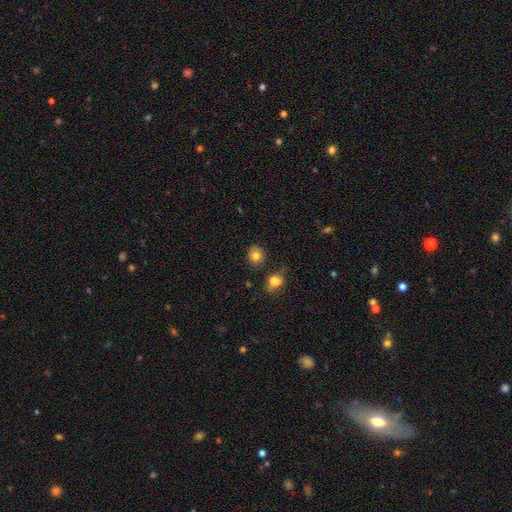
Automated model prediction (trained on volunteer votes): Q: Smooth or featured?
A: smooth (81%); runner-up: star or artifact (11%)
Q: How rounded?
A: round (77%); runner-up: in between (22%)
Q: Merging?
A: none (80%); runner-up: minor disturbance (12%)